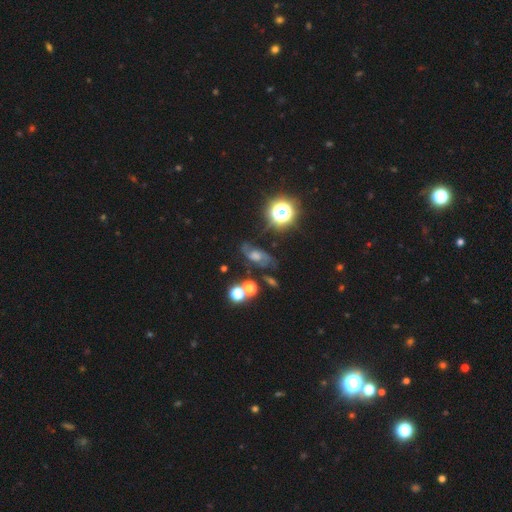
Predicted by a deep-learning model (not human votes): Overall: featured or disk (56%; star or artifact 24%). Edge-on disk: no (91%). Bar: no (64%; weak 29%). Spiral arms: yes (86%). Bulge size: moderate (44%; small 22%). Merging: none (61%).